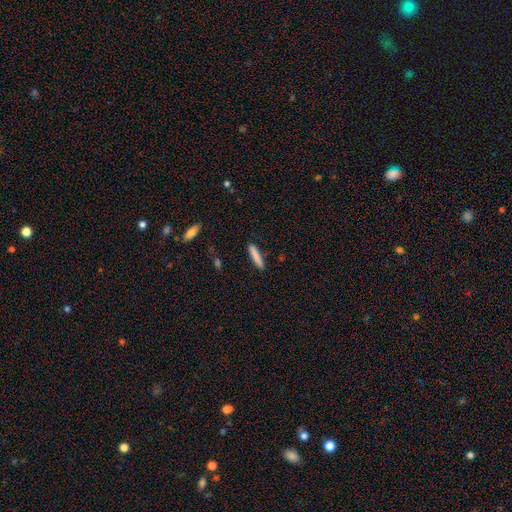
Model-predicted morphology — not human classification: smooth 82%, featured or disk 11%, star or artifact 6%. Down the decision tree: how rounded — cigar-shaped (92%); merging — none (89%).